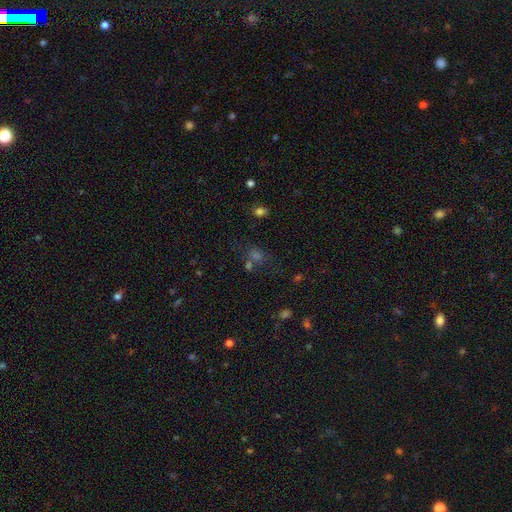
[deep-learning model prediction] Overall: smooth (46%; star or artifact 43%). Merging: none (59%).